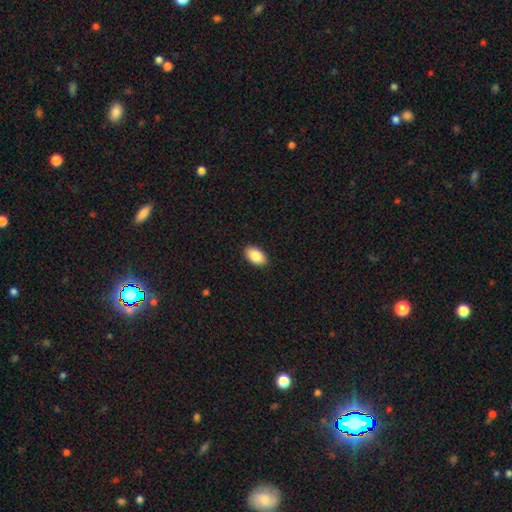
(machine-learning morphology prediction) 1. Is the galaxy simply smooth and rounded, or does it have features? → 86% smooth, 7% star or artifact, 7% featured or disk.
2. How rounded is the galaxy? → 93% in between, 5% round, 1% cigar-shaped.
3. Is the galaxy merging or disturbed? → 90% none, 8% minor disturbance, 2% major disturbance, 1% merger.